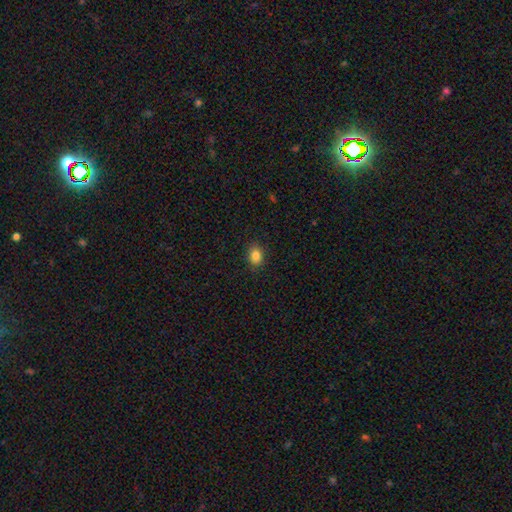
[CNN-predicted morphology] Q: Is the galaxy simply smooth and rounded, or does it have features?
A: smooth — 85%.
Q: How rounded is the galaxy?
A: in between — 62%.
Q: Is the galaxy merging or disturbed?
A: none — 89%.